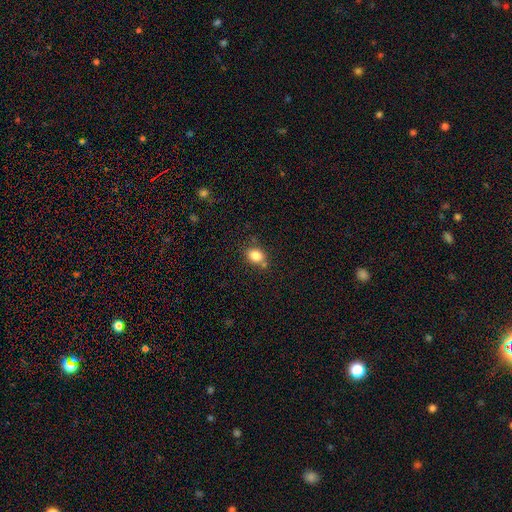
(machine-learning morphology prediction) smooth-or-featured: smooth: 84% | star or artifact: 10% | featured or disk: 6%
  how-rounded: in between: 64% | round: 35% | cigar-shaped: 1%
  merging: none: 69% | minor disturbance: 16% | merger: 11% | major disturbance: 4%